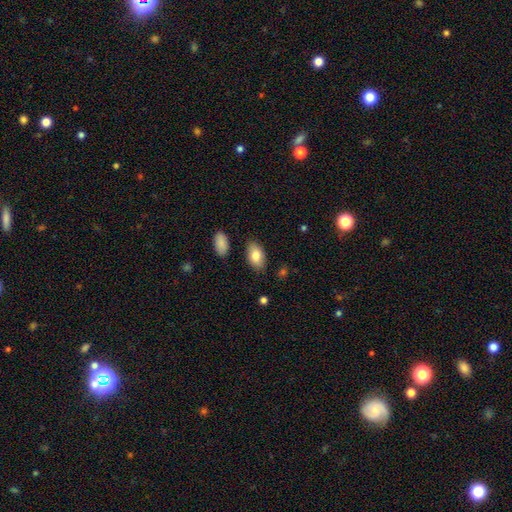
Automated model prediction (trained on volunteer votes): Morphology: type=smooth (82%); roundness=in between (93%); merging=none (84%).